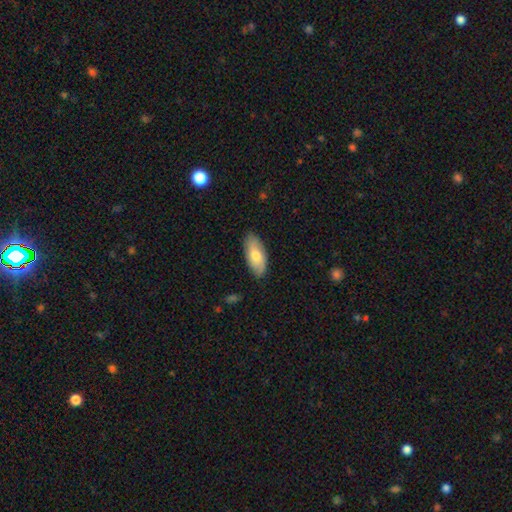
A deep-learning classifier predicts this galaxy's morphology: Smooth or featured?
  - smooth: 70% *
  - featured or disk: 24%
  - star or artifact: 5%
How rounded?
  - in between: 89% *
  - cigar-shaped: 8%
  - round: 2%
Merging?
  - none: 84% *
  - minor disturbance: 12%
  - major disturbance: 2%
  - merger: 1%